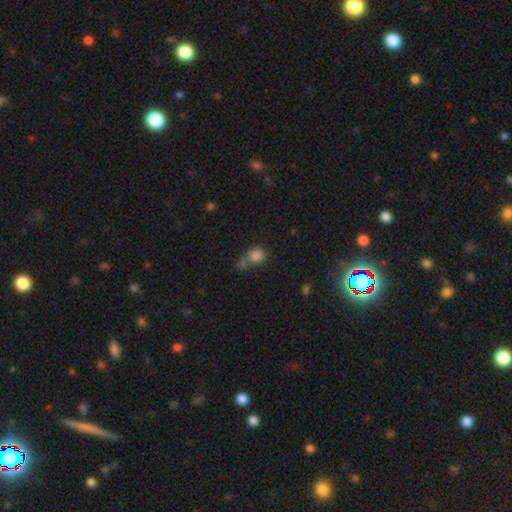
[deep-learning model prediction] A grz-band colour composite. It shows a smooth galaxy with no disk features (81%) that is round (72%). Merging: merger (45%).